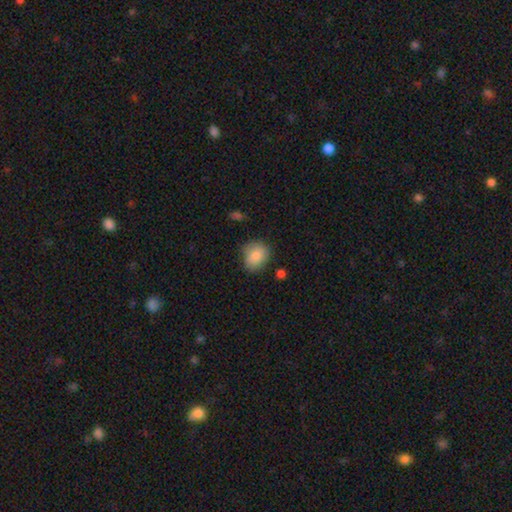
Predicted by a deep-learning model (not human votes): Smooth or featured: smooth — 84% (star or artifact — 8%)
How rounded: round — 62% (in between — 37%)
Merging: none — 73% (minor disturbance — 20%)